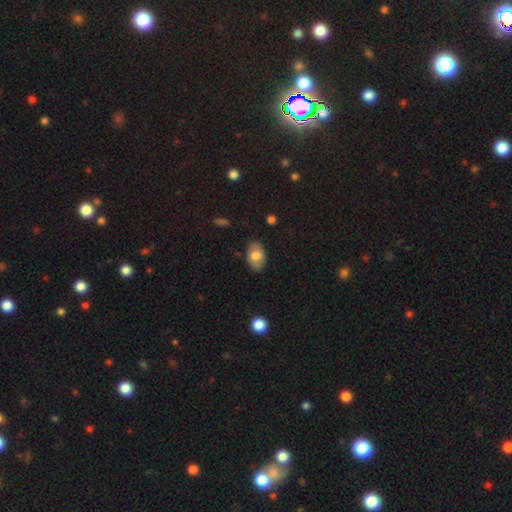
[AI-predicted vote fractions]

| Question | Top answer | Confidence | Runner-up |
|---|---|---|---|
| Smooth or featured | smooth | 75% | featured or disk (18%) |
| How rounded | in between | 89% | round (10%) |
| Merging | none | 83% | minor disturbance (13%) |